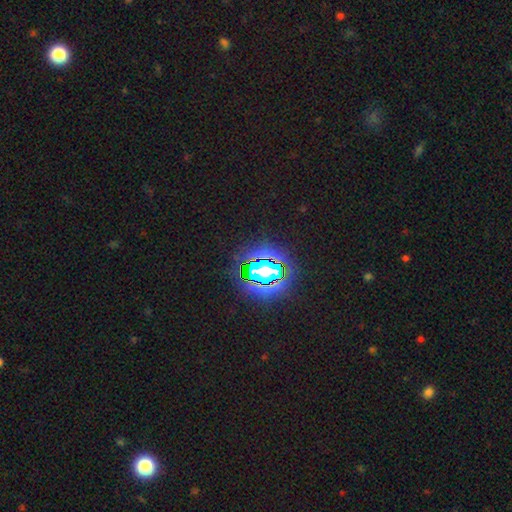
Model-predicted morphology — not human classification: Smooth or featured? star or artifact (81%)